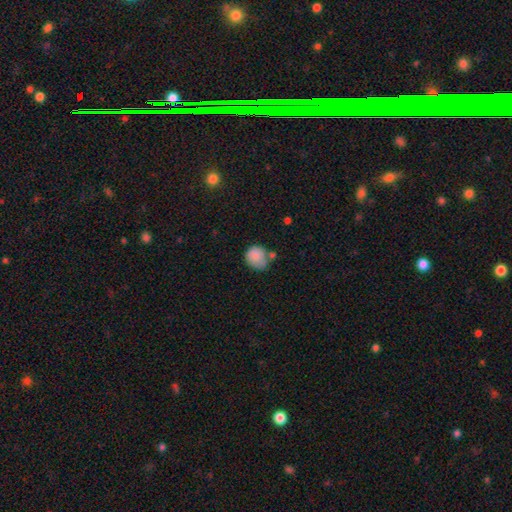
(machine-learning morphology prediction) smooth_or_featured: smooth (p=0.85) [alt: star or artifact p=0.08]
how_rounded: round (p=0.76) [alt: in between p=0.23]
merging: none (p=0.48) [alt: minor disturbance p=0.26]